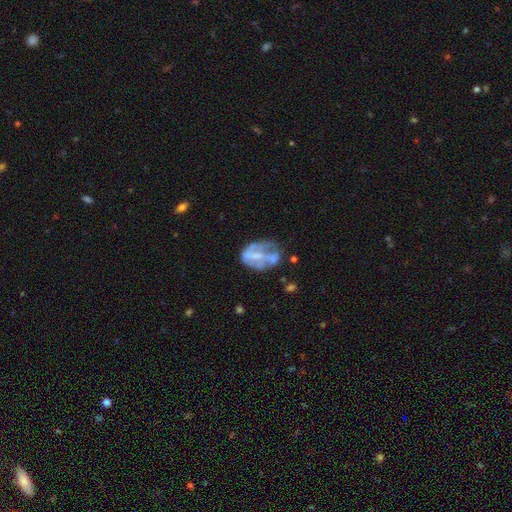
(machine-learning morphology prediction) smooth-or-featured: featured or disk: 62% | smooth: 29% | star or artifact: 9%
  disk-edge-on: no: 97% | yes: 3%
    bar: no: 59% | weak: 28% | strong: 13%
    has-spiral-arms: no: 67% | yes: 33%
    bulge-size: none: 45% | small: 32% | moderate: 20% | large: 3% | dominant: 1%
  merging: none: 34% | major disturbance: 31% | minor disturbance: 24% | merger: 10%